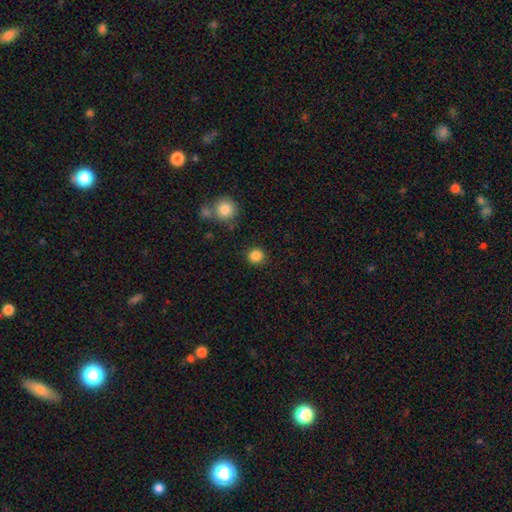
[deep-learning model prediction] Morphology: type=smooth (86%); roundness=round (91%); merging=none (88%).